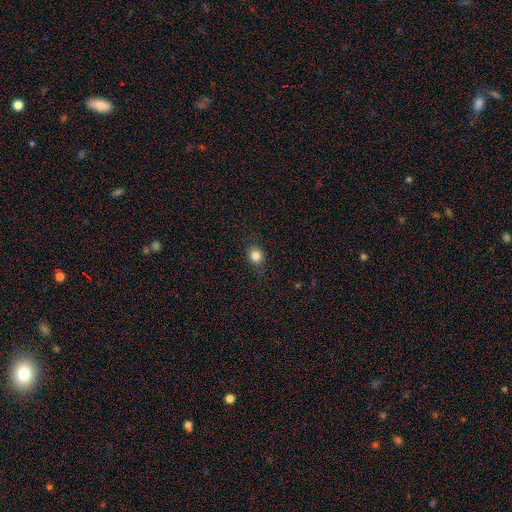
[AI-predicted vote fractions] smooth-or-featured: smooth: 84% | star or artifact: 11% | featured or disk: 6%
  how-rounded: round: 71% | in between: 28% | cigar-shaped: 1%
  merging: none: 85% | minor disturbance: 11% | major disturbance: 3% | merger: 1%